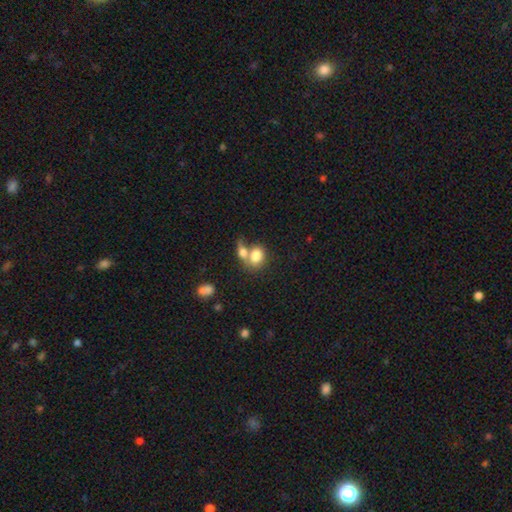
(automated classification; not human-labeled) smooth-or-featured: smooth: 80% | featured or disk: 12% | star or artifact: 8%
  how-rounded: in between: 61% | round: 38% | cigar-shaped: 1%
  merging: merger: 60% | none: 26% | minor disturbance: 8% | major disturbance: 5%